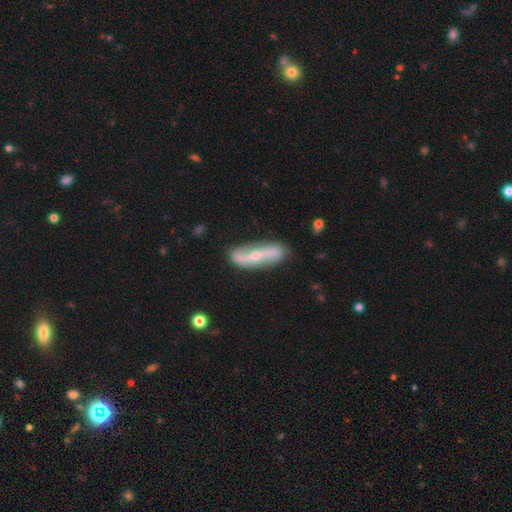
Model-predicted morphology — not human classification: This is likely a featured or disk galaxy (77%). It is likely not viewed edge-on (79%). Bar: marginally strong (42%). Spiral arm pattern: clearly yes (88%). Spiral arm count: clearly 2 (91%). Spiral winding: likely loose (72%). Central bulge: likely small (65%). Merging: clearly none (81%).